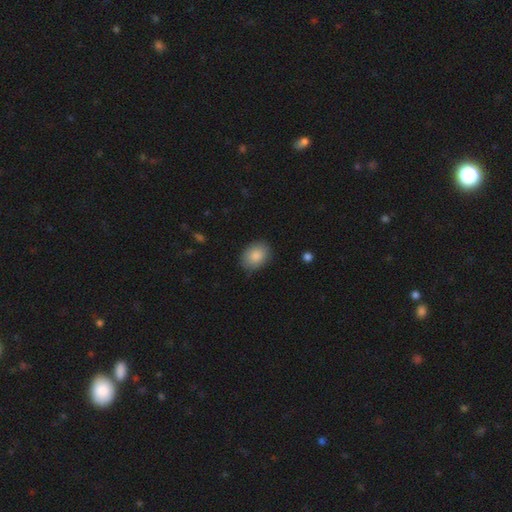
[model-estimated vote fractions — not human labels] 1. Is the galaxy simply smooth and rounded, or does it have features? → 87% smooth, 7% star or artifact, 6% featured or disk.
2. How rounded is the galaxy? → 70% in between, 29% round, 1% cigar-shaped.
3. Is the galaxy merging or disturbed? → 84% none, 12% minor disturbance, 3% major disturbance, 1% merger.